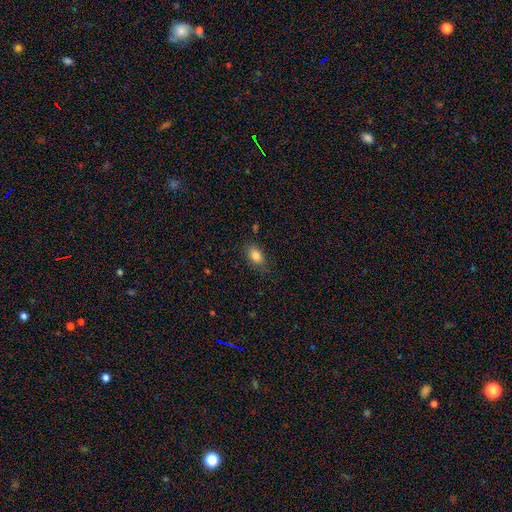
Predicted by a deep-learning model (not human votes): Overall: smooth (84%). How rounded: in between (86%). Merging: none (79%).